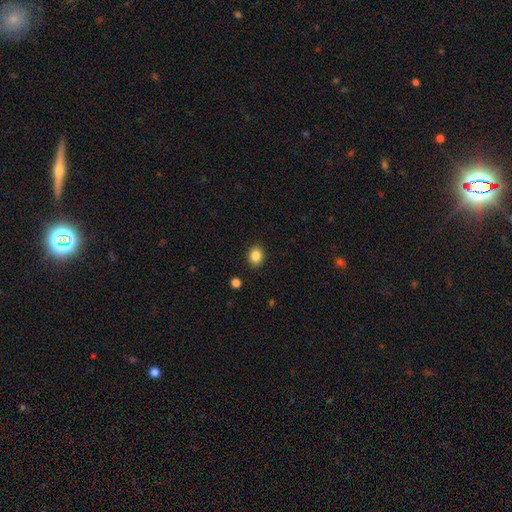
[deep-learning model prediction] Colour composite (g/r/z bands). It shows a smooth galaxy with no disk features (86%) that is round (59%). Merging: none (89%).